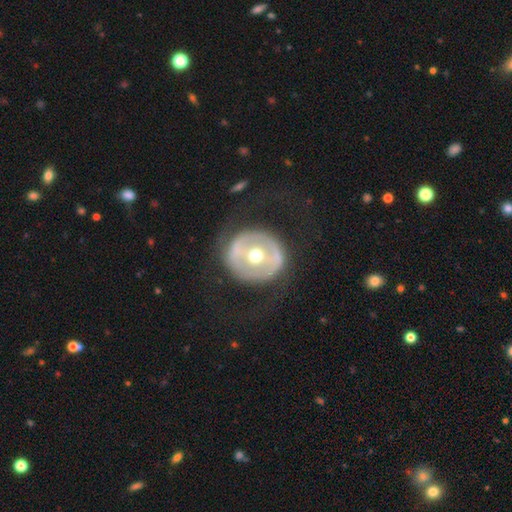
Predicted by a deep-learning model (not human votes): A featured or disk galaxy (66%) with no bar (42%), no spiral arms (76%) and a moderate central bulge (72%).

Vote fractions:
- Smooth or featured? featured or disk: 66% / smooth: 27% / star or artifact: 7%
- Edge-on disk? no: 95% / yes: 5%
- Bar? no: 42% / strong: 31% / weak: 27%
- Spiral arms? no: 76% / yes: 24%
- Bulge size? moderate: 72% / small: 21% / large: 5% / dominant: 1% / none: 1%
- Merging? none: 73% / major disturbance: 13% / minor disturbance: 13% / merger: 1%